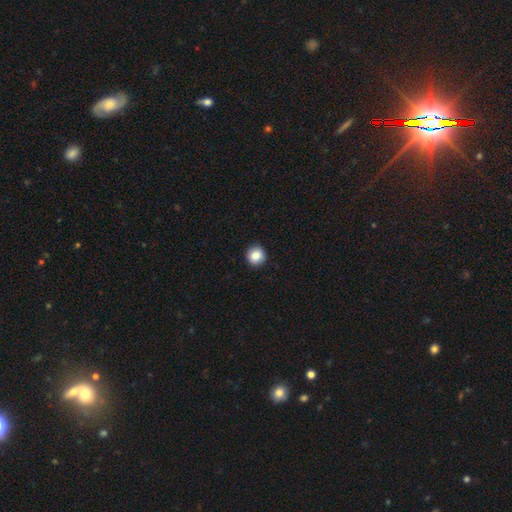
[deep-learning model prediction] A smooth galaxy with no disk features (86%) that is round (93%).

Vote fractions:
- Smooth or featured? smooth: 86% / star or artifact: 9% / featured or disk: 5%
- How rounded? round: 93% / in between: 6% / cigar-shaped: 1%
- Merging? none: 93% / minor disturbance: 5% / major disturbance: 1% / merger: 1%